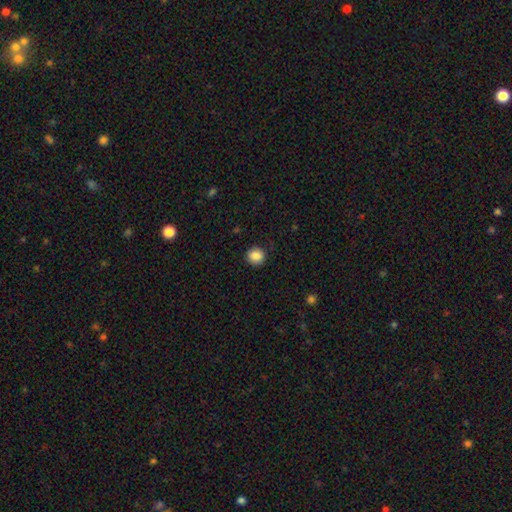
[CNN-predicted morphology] Smooth or featured: smooth — 87% (star or artifact — 9%)
How rounded: round — 91% (in between — 8%)
Merging: none — 90% (minor disturbance — 7%)